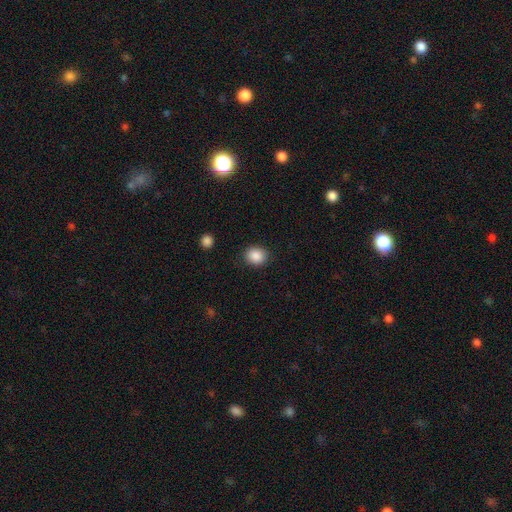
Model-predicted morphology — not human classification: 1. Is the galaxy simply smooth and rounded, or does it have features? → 88% smooth, 9% star or artifact, 3% featured or disk.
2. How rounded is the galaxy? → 67% round, 32% in between, 1% cigar-shaped.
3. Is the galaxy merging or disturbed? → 87% none, 9% minor disturbance, 3% major disturbance, 1% merger.